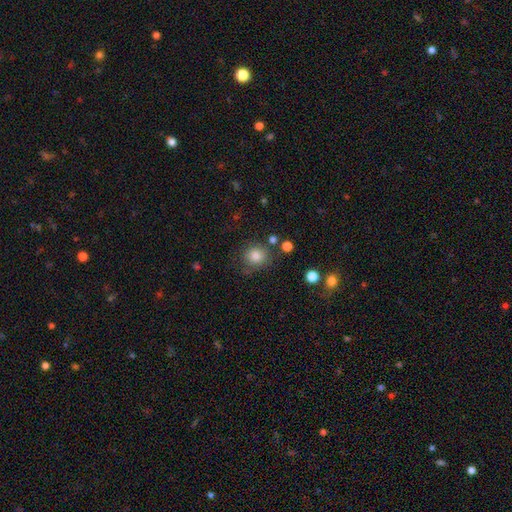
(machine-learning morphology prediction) A smooth galaxy with no disk features (84%) that is round (83%).

Vote fractions:
- Smooth or featured? smooth: 84% / star or artifact: 11% / featured or disk: 6%
- How rounded? round: 83% / in between: 16% / cigar-shaped: 1%
- Merging? none: 75% / minor disturbance: 14% / merger: 5% / major disturbance: 5%